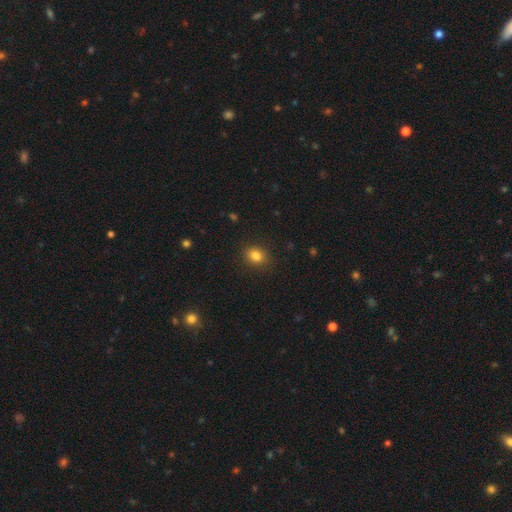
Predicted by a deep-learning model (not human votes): A smooth galaxy with no disk features (83%) that is round (50%).

Vote fractions:
- Smooth or featured? smooth: 83% / star or artifact: 11% / featured or disk: 5%
- How rounded? round: 50% / in between: 49% / cigar-shaped: 1%
- Merging? none: 87% / minor disturbance: 9% / major disturbance: 3% / merger: 1%